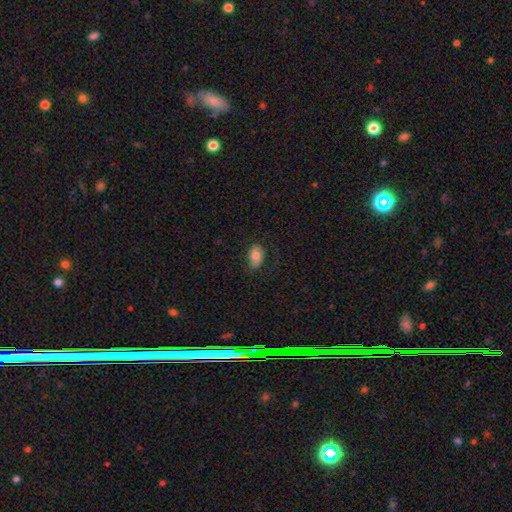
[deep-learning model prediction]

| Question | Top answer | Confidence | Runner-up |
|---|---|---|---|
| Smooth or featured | smooth | 75% | featured or disk (17%) |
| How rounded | in between | 85% | round (13%) |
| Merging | none | 73% | minor disturbance (19%) |